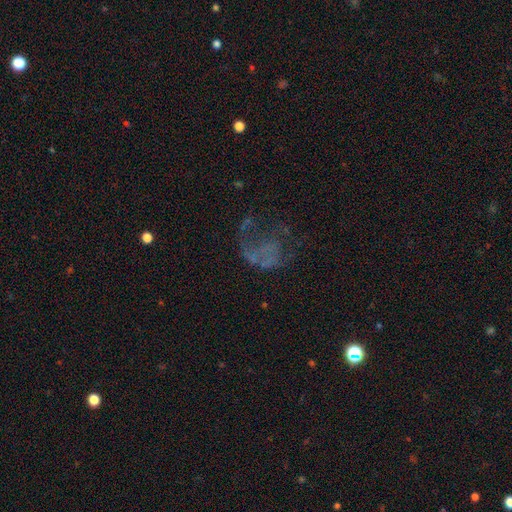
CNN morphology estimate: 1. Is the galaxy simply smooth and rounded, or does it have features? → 49% featured or disk, 26% smooth, 25% star or artifact.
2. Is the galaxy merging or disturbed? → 47% major disturbance, 34% none, 14% minor disturbance, 5% merger.